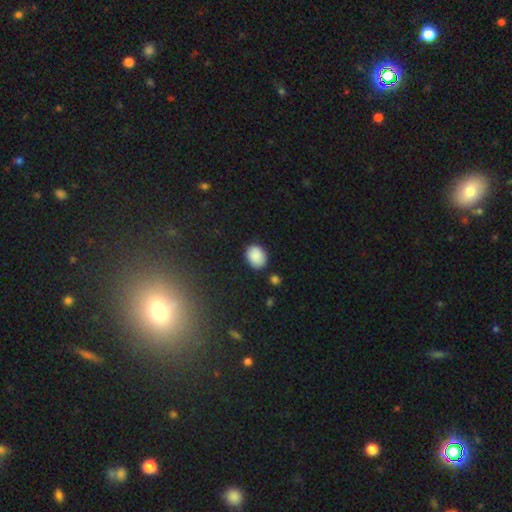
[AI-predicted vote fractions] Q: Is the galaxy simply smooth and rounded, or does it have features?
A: smooth — 88%.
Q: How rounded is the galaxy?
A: in between — 69%.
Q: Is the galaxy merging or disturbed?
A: none — 81%.